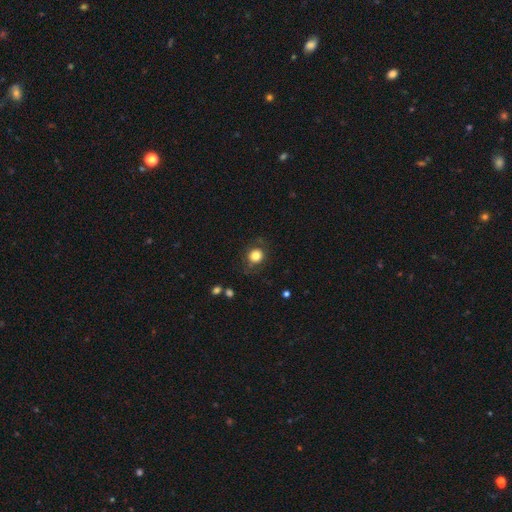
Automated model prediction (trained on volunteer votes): Q: Smooth or featured?
A: smooth (82%); runner-up: star or artifact (11%)
Q: How rounded?
A: round (87%); runner-up: in between (12%)
Q: Merging?
A: none (81%); runner-up: minor disturbance (13%)